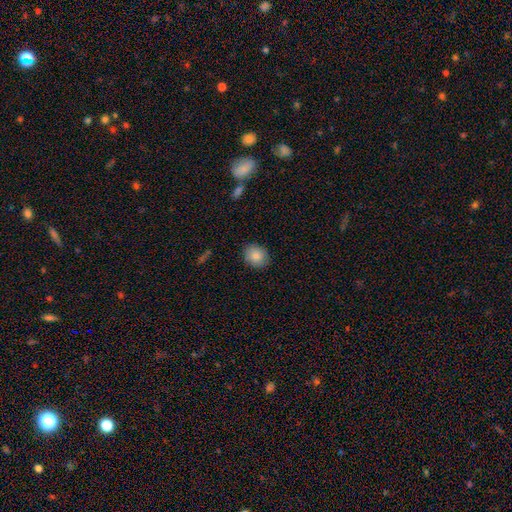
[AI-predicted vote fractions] Smooth or featured? Predicted: smooth (p=0.85). How rounded? Predicted: round (p=0.69). Merging? Predicted: none (p=0.88).